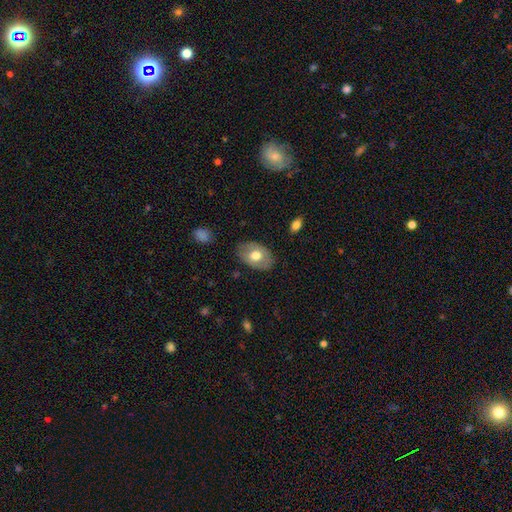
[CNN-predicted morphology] Smooth or featured? smooth (65%)
How rounded? in between (85%)
Merging? none (82%)